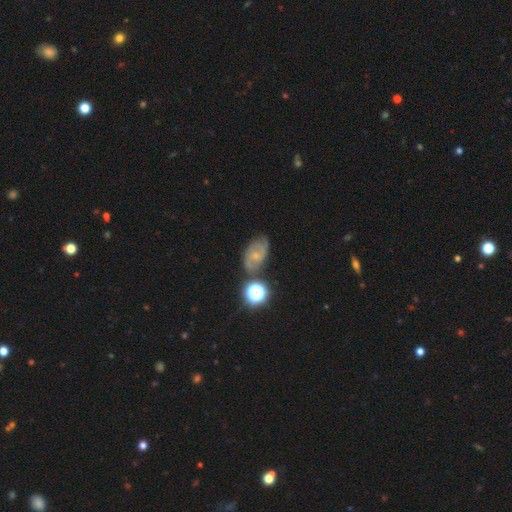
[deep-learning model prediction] This appears to be a featured or disk galaxy (58%) with no bar (61%), spiral arms (87%) and a small central bulge (70%). Merging: none (65%).